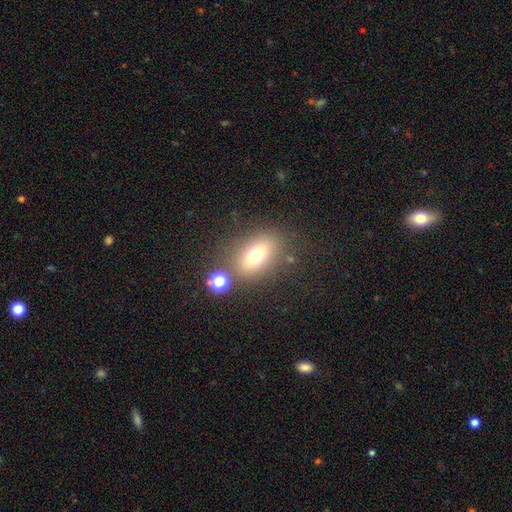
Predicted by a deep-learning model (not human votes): This appears to be a smooth galaxy with no disk features (67%) that is in between round and cigar-shaped (72%). Merging: none (75%).